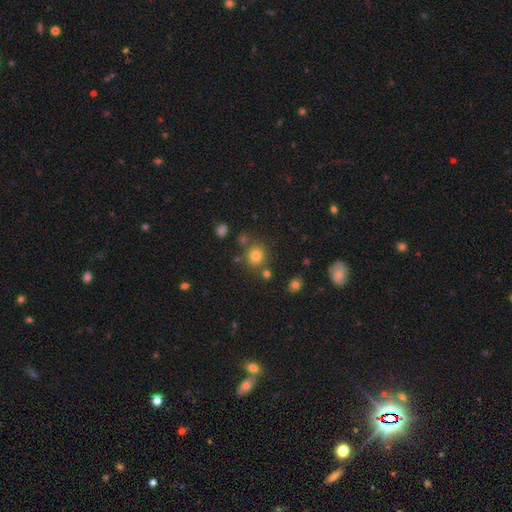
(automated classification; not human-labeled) Q: Smooth or featured?
A: smooth (77%); runner-up: star or artifact (16%)
Q: How rounded?
A: round (84%); runner-up: in between (15%)
Q: Merging?
A: none (77%); runner-up: minor disturbance (10%)